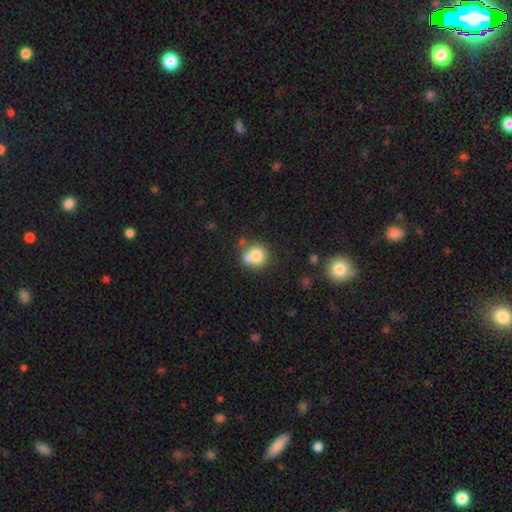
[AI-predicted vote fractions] Smooth or featured: smooth — 76% (featured or disk — 13%)
How rounded: round — 86% (in between — 14%)
Merging: none — 53% (merger — 29%)